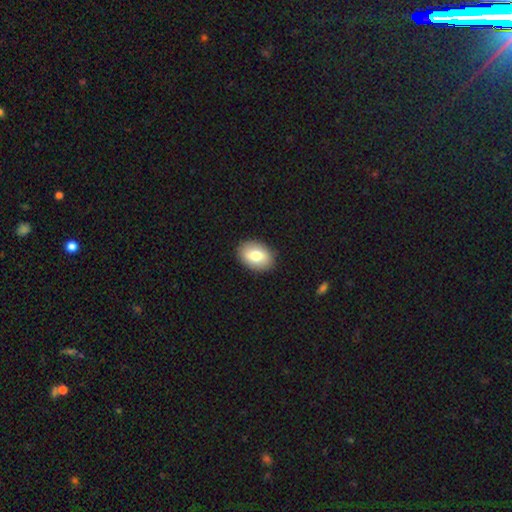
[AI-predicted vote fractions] This appears to be a smooth galaxy with no disk features (77%) that is in between round and cigar-shaped (81%). Merging: none (90%).